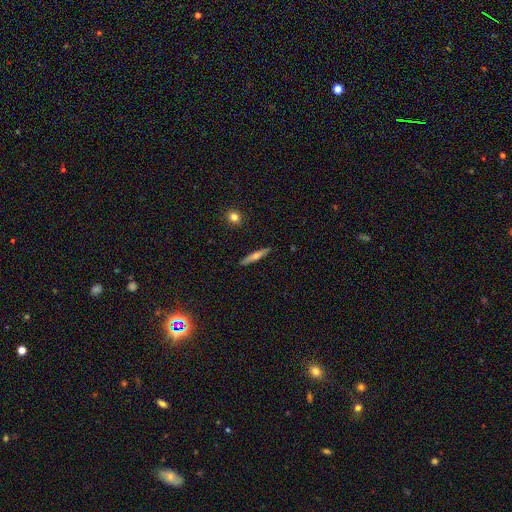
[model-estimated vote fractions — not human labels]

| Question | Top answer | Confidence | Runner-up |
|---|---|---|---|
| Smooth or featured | featured or disk | 48% | smooth (43%) |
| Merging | none | 90% | minor disturbance (7%) |